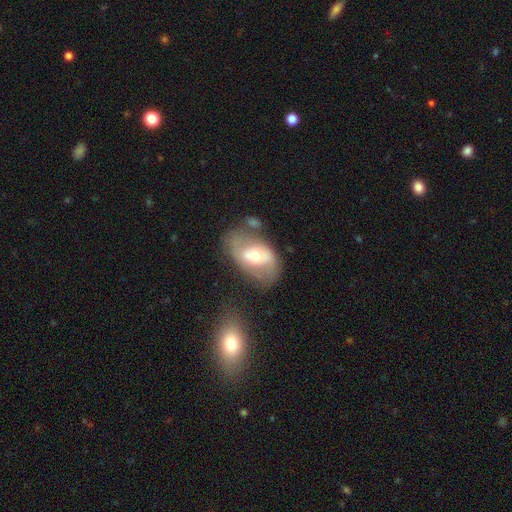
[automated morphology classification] This is possibly a featured or disk galaxy (55%). It is clearly not viewed edge-on (92%). Bar: marginally weak (36%). Spiral arm pattern: possibly no (56%). Central bulge: likely moderate (65%). Merging: possibly none (57%).